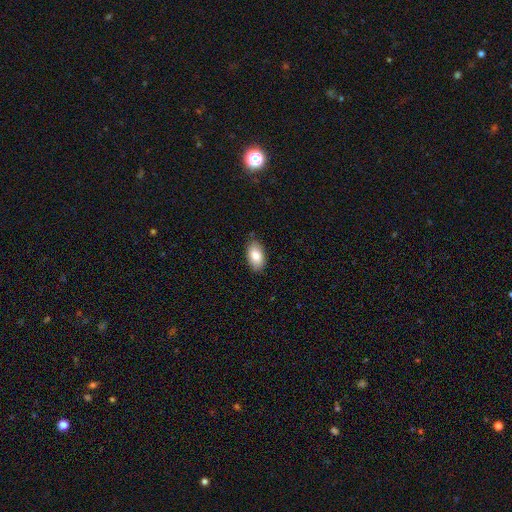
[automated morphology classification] Smooth or featured? smooth (83%)
How rounded? in between (94%)
Merging? none (85%)